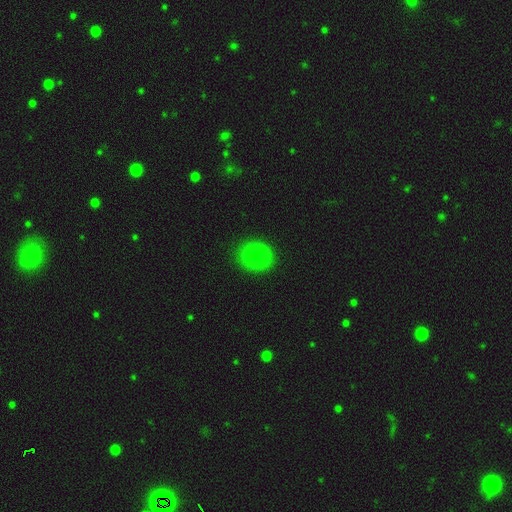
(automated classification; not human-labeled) Morphology: type=smooth (74%); roundness=round (78%); merging=none (88%).